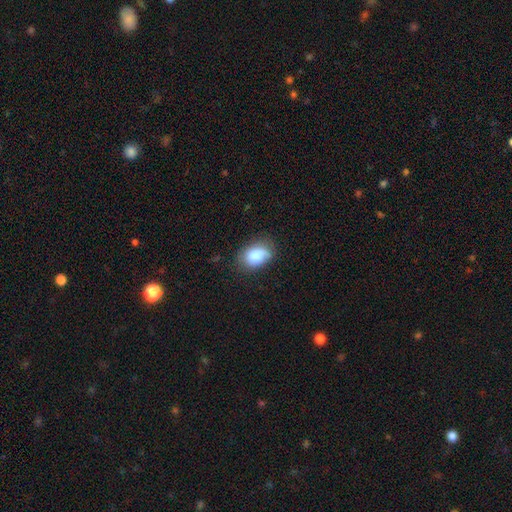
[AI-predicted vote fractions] Morphology: type=smooth (77%); roundness=in between (82%); merging=none (60%).